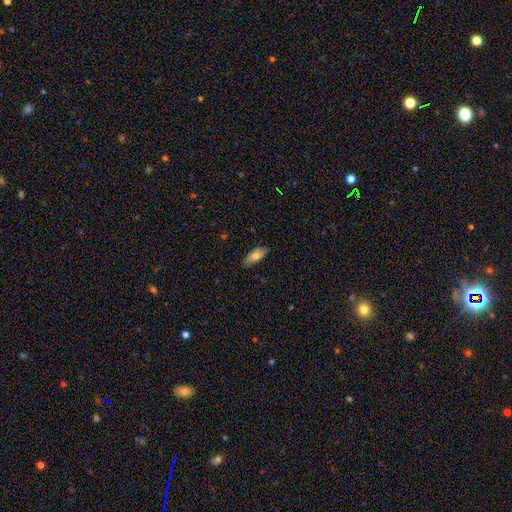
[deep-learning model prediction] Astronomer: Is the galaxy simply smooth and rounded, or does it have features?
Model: smooth — 74%.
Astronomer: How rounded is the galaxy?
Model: in between — 75%.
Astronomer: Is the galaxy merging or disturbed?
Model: none — 83%.